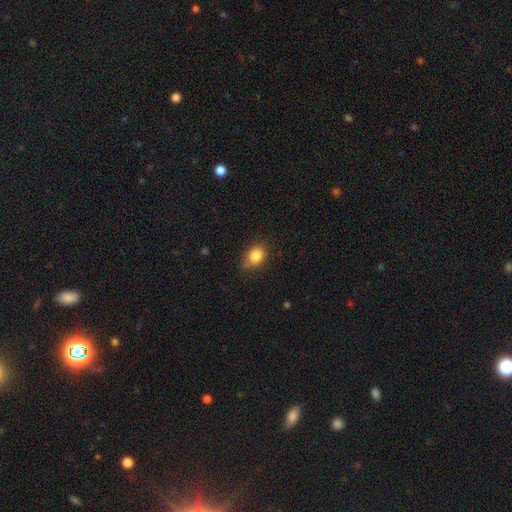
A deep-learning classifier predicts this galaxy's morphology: Smooth or featured? smooth (84%)
How rounded? round (52%)
Merging? none (72%)